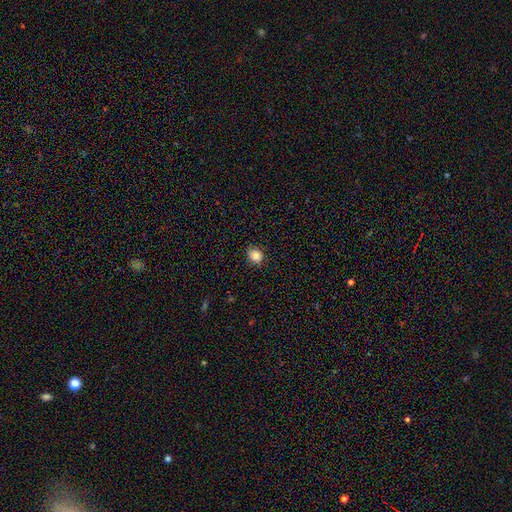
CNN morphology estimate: Smooth or featured?
  - smooth: 86% *
  - star or artifact: 10%
  - featured or disk: 4%
How rounded?
  - round: 63% *
  - in between: 36%
  - cigar-shaped: 1%
Merging?
  - none: 85% *
  - minor disturbance: 12%
  - major disturbance: 3%
  - merger: 1%